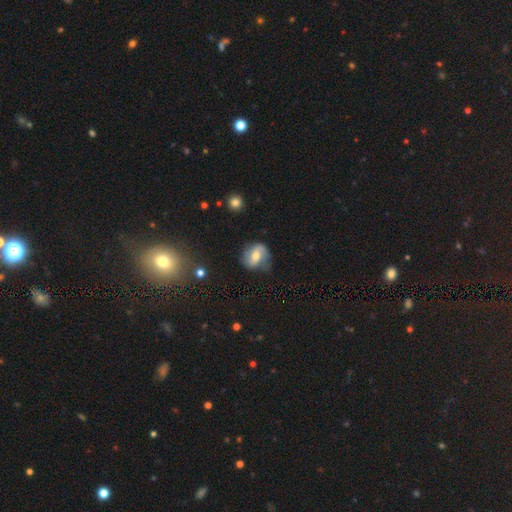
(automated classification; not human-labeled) Q: Smooth or featured?
A: featured or disk (52%); runner-up: smooth (40%)
Q: Edge-on disk?
A: no (96%); runner-up: yes (4%)
Q: Merging?
A: none (60%); runner-up: minor disturbance (27%)